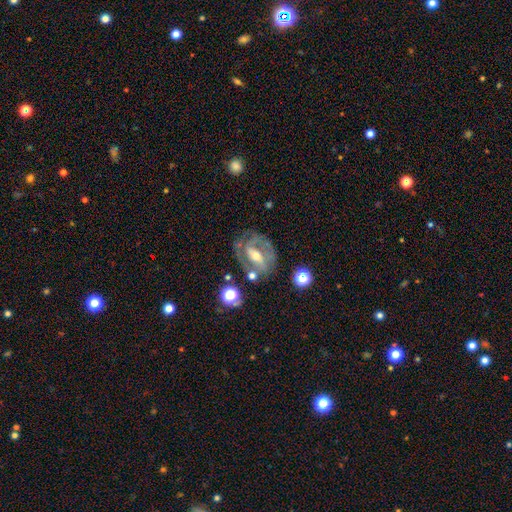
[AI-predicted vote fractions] Morphology: type=featured or disk (78%); edge-on=no (93%); bar=strong (48%); spiral arms=yes (75%); winding=tight (47%); arm count=2 (64%); bulge=moderate (54%); merging=none (66%).